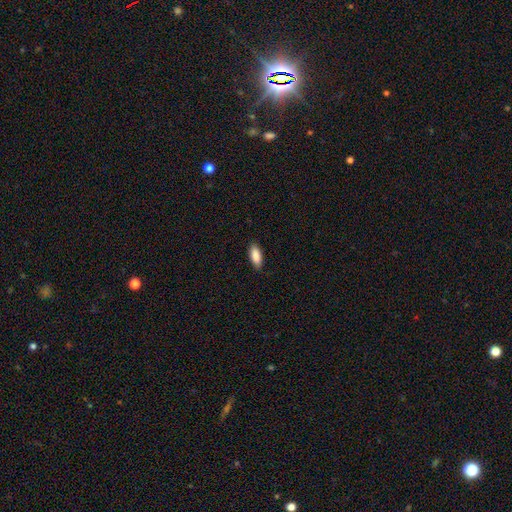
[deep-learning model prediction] Smooth or featured? Predicted: smooth (p=0.89). How rounded? Predicted: in between (p=0.81). Merging? Predicted: none (p=0.87).